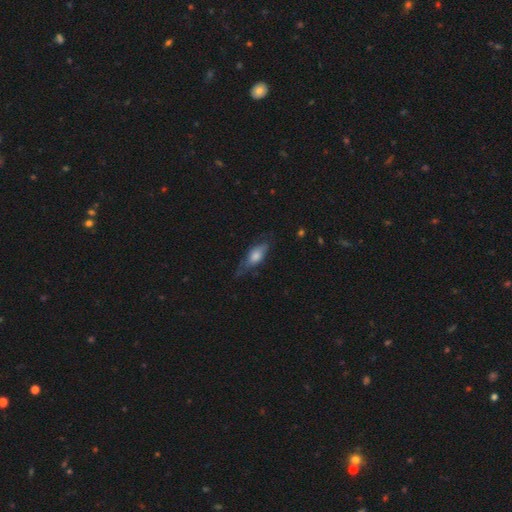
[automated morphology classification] Smooth or featured? Predicted: smooth (p=0.62). How rounded? Predicted: in between (p=0.69). Merging? Predicted: none (p=0.55).